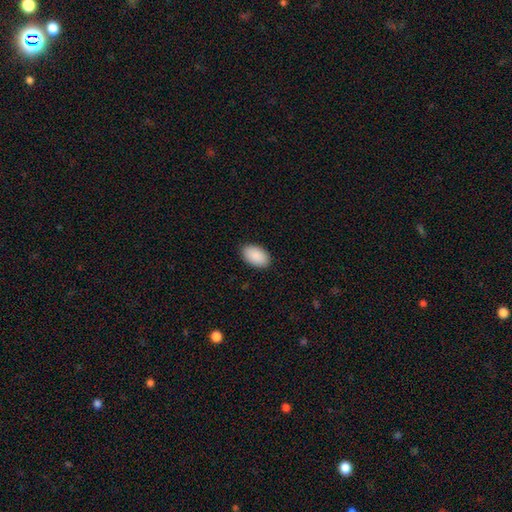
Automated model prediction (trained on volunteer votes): This appears to be a smooth galaxy with no disk features (91%) that is in between round and cigar-shaped (94%). Merging: none (90%).